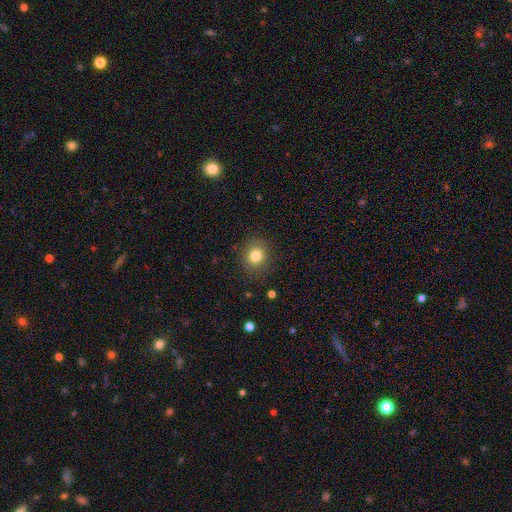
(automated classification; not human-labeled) This is clearly a smooth galaxy (81%). How rounded: likely round (80%). Merging: clearly none (87%).